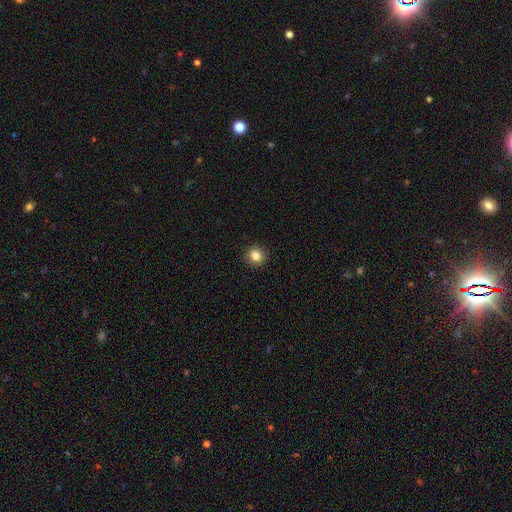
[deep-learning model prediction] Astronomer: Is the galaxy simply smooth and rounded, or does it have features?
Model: smooth — 84%.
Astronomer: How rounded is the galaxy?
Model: round — 89%.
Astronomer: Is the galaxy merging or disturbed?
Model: none — 92%.